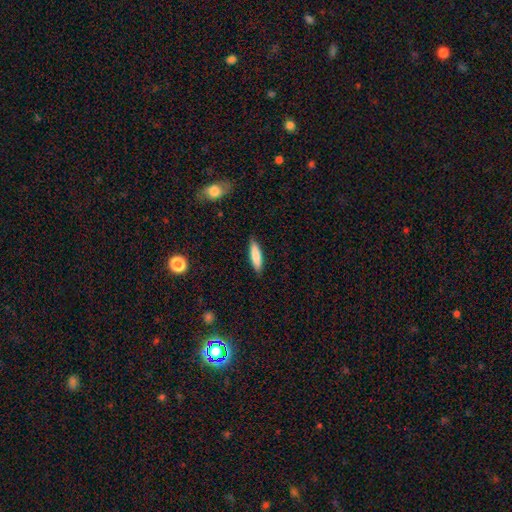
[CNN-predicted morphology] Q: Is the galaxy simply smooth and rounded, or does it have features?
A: smooth — 83%.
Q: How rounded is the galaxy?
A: cigar-shaped — 73%.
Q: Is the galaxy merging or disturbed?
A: none — 88%.